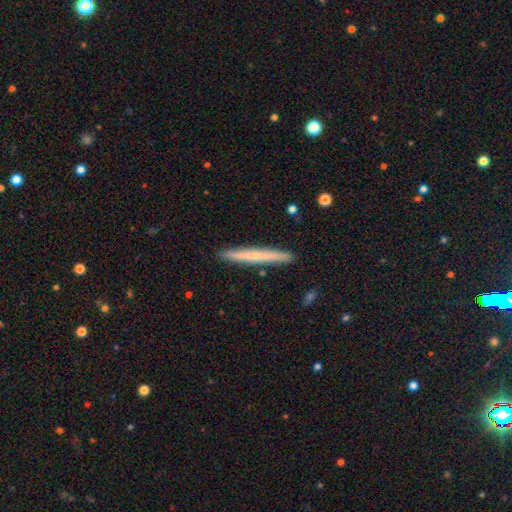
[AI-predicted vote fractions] Morphology: type=smooth (60%); roundness=cigar-shaped (97%); merging=none (92%).